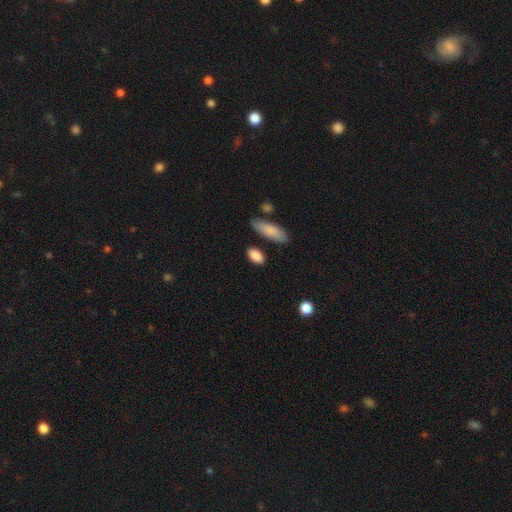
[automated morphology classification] Smooth or featured: smooth — 88% (star or artifact — 6%)
How rounded: in between — 86% (cigar-shaped — 10%)
Merging: none — 82% (minor disturbance — 11%)